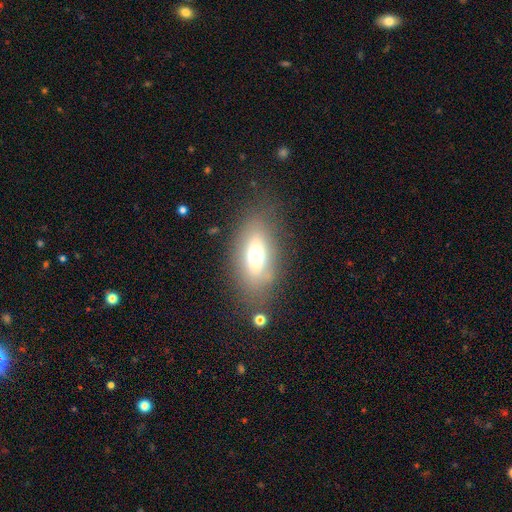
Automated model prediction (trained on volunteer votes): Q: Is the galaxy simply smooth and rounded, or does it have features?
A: smooth — 62%.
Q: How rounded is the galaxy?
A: in between — 81%.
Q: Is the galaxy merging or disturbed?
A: none — 76%.